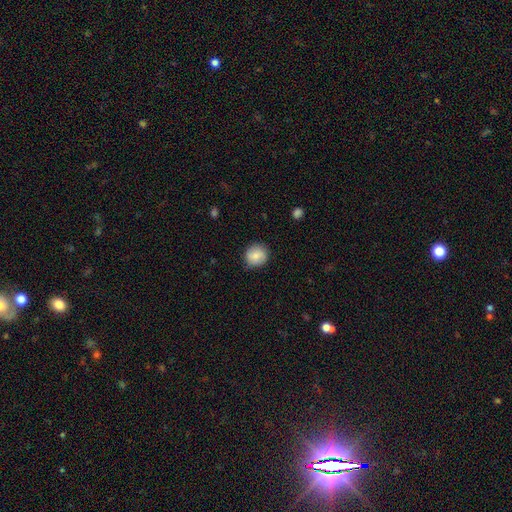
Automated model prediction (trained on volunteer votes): Smooth or featured? Predicted: smooth (p=0.83). How rounded? Predicted: round (p=0.88). Merging? Predicted: none (p=0.84).